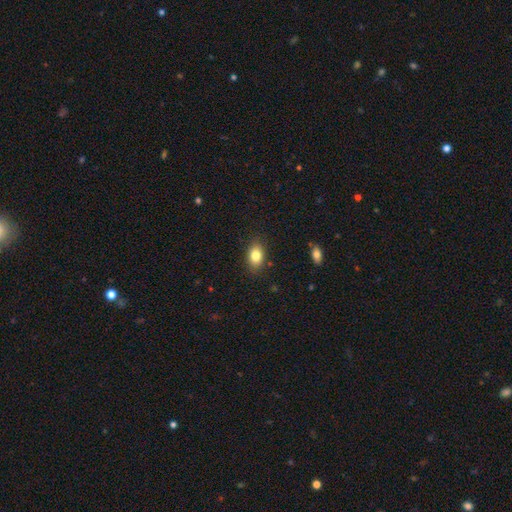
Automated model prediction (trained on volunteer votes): Morphology: type=smooth (83%); roundness=in between (83%); merging=none (86%).